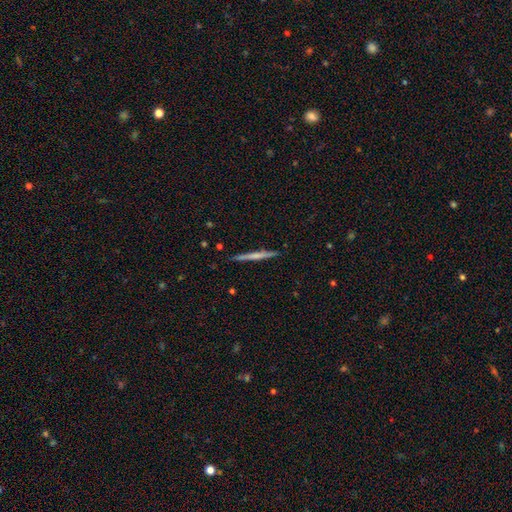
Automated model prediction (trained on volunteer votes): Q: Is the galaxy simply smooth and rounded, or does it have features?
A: featured or disk — 52%.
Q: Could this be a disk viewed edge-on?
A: yes — 98%.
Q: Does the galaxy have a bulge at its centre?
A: none — 67%.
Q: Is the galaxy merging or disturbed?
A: none — 90%.